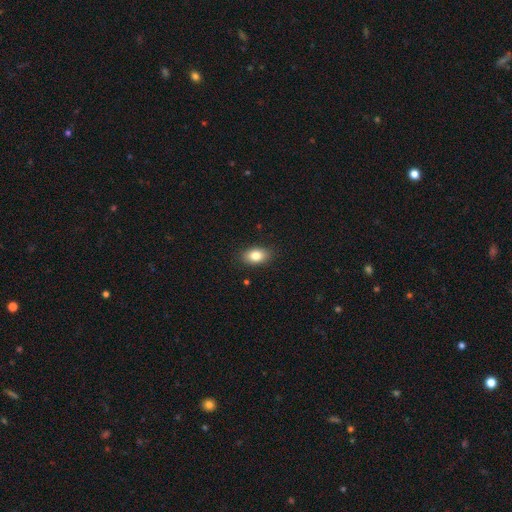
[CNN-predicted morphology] smooth-or-featured: smooth: 82% | featured or disk: 9% | star or artifact: 8%
  how-rounded: in between: 86% | round: 12% | cigar-shaped: 2%
  merging: none: 88% | minor disturbance: 9% | major disturbance: 2% | merger: 1%